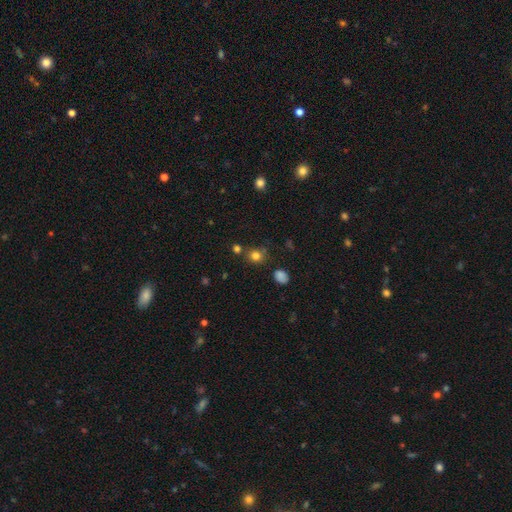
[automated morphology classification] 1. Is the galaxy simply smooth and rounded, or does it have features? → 79% smooth, 15% star or artifact, 6% featured or disk.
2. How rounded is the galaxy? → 80% round, 19% in between, 1% cigar-shaped.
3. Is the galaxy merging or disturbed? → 76% none, 11% minor disturbance, 10% merger, 4% major disturbance.